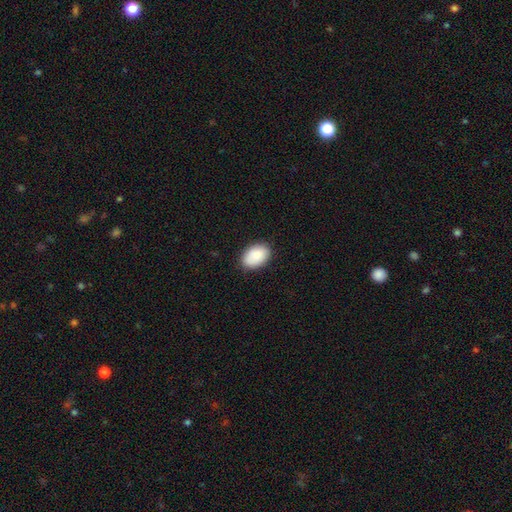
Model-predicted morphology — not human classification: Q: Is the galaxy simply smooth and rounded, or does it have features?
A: smooth — 89%.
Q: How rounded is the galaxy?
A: in between — 88%.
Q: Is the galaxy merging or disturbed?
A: none — 85%.